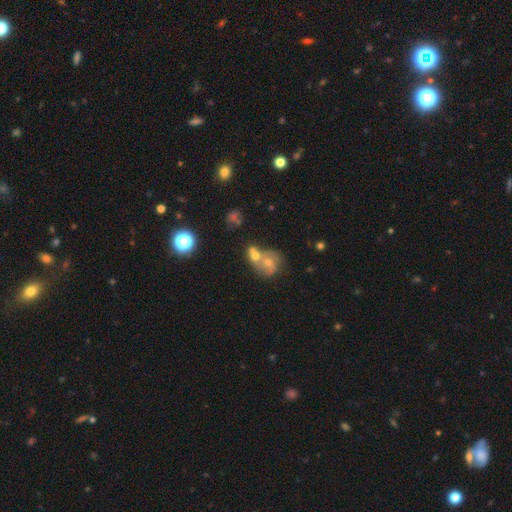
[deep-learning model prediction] Q: Smooth or featured?
A: smooth (42%); runner-up: featured or disk (41%)
Q: Merging?
A: merger (57%); runner-up: none (27%)